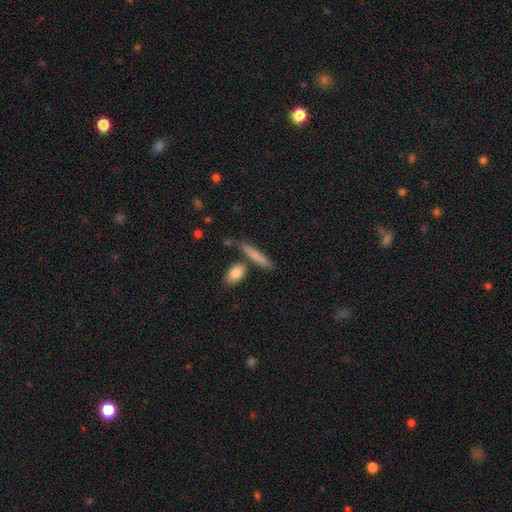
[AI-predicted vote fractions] Smooth or featured: smooth — 75% (featured or disk — 18%)
How rounded: cigar-shaped — 81% (in between — 15%)
Merging: none — 73% (minor disturbance — 12%)